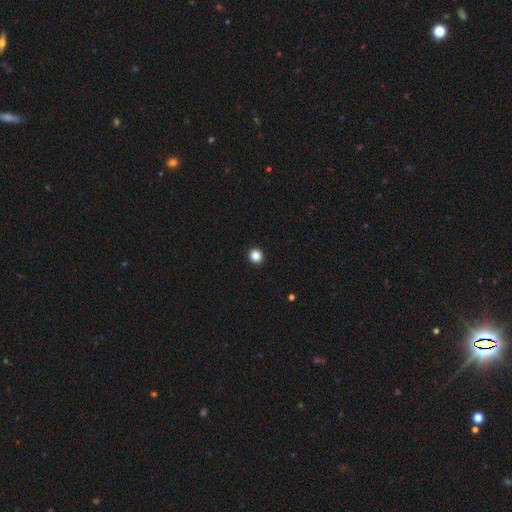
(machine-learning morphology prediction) A smooth galaxy with no disk features (87%) that is round (92%).

Vote fractions:
- Smooth or featured? smooth: 87% / star or artifact: 11% / featured or disk: 3%
- How rounded? round: 92% / in between: 8% / cigar-shaped: 1%
- Merging? none: 94% / minor disturbance: 4% / major disturbance: 1% / merger: 1%